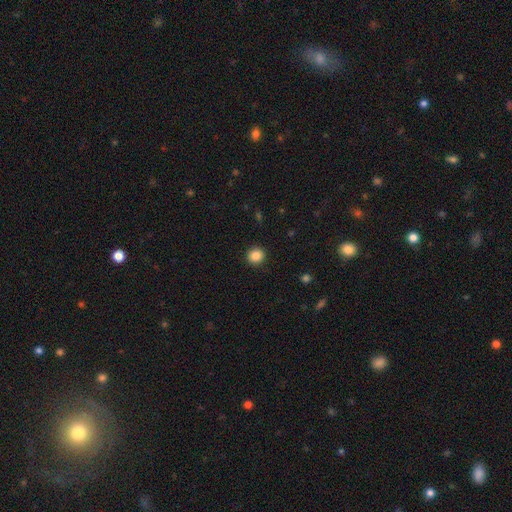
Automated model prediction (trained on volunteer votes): This is clearly a smooth galaxy (87%). How rounded: clearly round (89%). Merging: clearly none (92%).